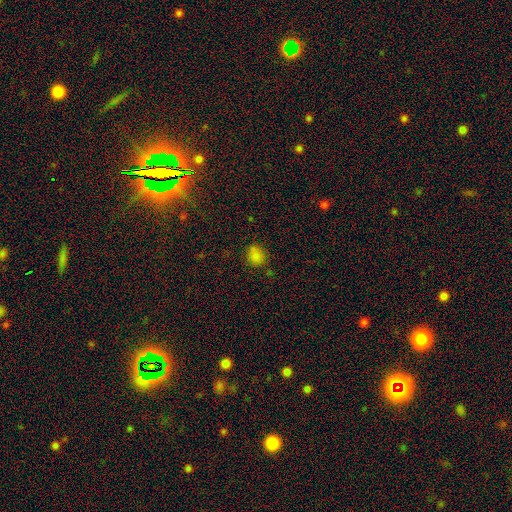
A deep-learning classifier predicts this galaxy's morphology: Smooth or featured: smooth — 77% (star or artifact — 18%)
How rounded: round — 69% (in between — 30%)
Merging: none — 77% (minor disturbance — 16%)